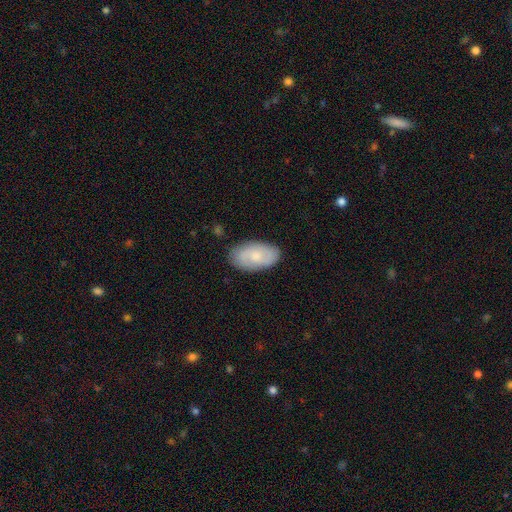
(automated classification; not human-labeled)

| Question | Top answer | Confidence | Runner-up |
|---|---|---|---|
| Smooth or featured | smooth | 62% | featured or disk (32%) |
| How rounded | in between | 94% | round (4%) |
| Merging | none | 82% | minor disturbance (14%) |